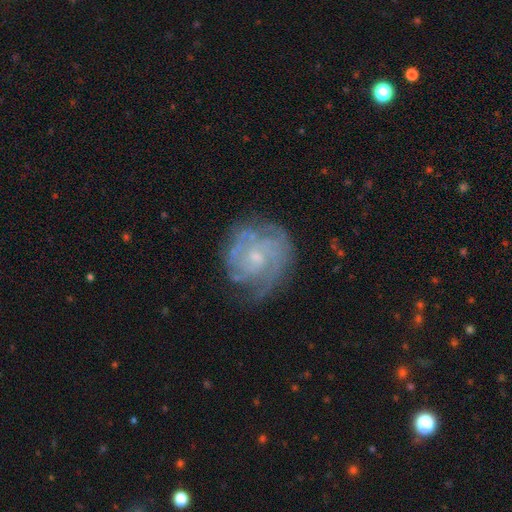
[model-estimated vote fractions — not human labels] A featured or disk galaxy (81%) with no bar (72%), tight (66%) spiral arms (92%) and a small central bulge (69%).

Vote fractions:
- Smooth or featured? featured or disk: 81% / smooth: 13% / star or artifact: 7%
- Edge-on disk? no: 98% / yes: 2%
- Bar? no: 72% / weak: 24% / strong: 4%
- Spiral arms? yes: 92% / no: 8%
- Spiral winding? tight: 66% / medium: 27% / loose: 8%
- Spiral arm count? can't tell: 39% / 2: 24% / 3: 18% / 4: 8% / 1: 6% / more than 4: 5%
- Bulge size? small: 69% / moderate: 24% / none: 5% / large: 1% / dominant: 1%
- Merging? none: 68% / minor disturbance: 20% / major disturbance: 10% / merger: 2%